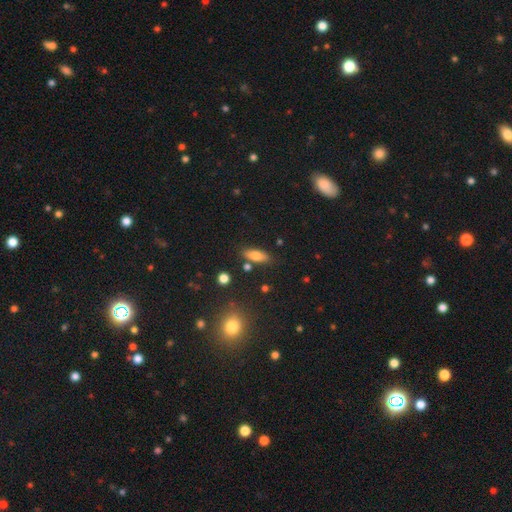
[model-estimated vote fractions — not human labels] Morphology: type=smooth (73%); roundness=in between (68%); merging=none (80%).